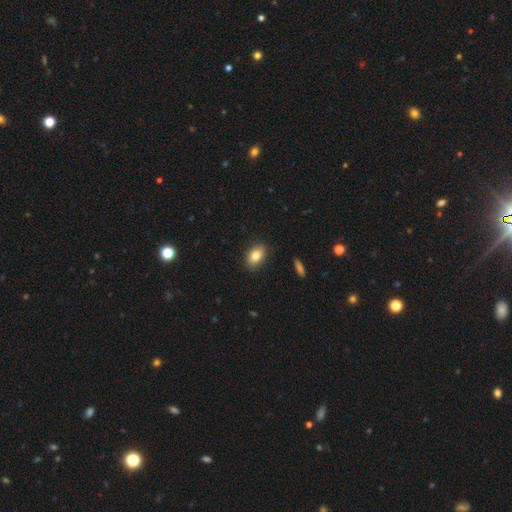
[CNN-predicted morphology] smooth_or_featured: smooth (p=0.81) [alt: featured or disk p=0.10]
how_rounded: in between (p=0.83) [alt: round p=0.15]
merging: none (p=0.88) [alt: minor disturbance p=0.09]